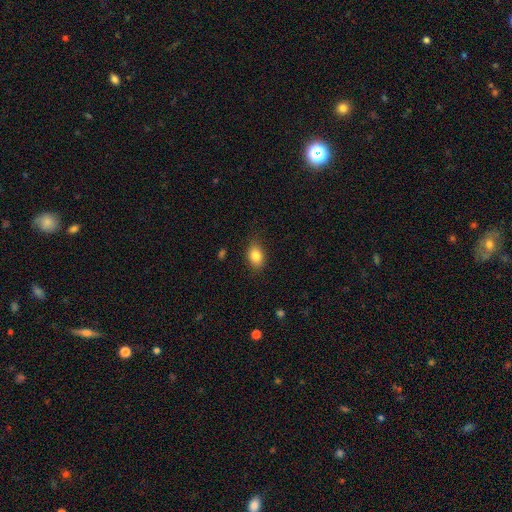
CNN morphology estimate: smooth 83%, star or artifact 9%, featured or disk 8%. Down the decision tree: how rounded — in between (78%); merging — none (82%).